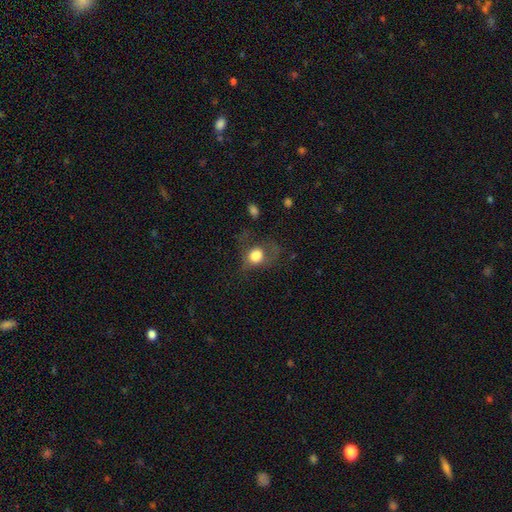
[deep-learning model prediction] This is likely a smooth galaxy (70%). How rounded: likely round (60%). Merging: marginally none (40%).